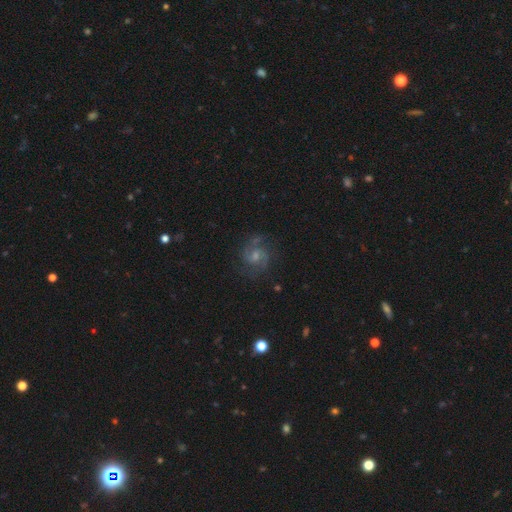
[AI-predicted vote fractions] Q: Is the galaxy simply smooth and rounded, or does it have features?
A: featured or disk — 80%.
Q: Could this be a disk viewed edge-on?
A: no — 98%.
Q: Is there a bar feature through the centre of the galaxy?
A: weak — 47%.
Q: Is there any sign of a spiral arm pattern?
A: yes — 96%.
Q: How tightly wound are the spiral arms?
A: medium — 57%.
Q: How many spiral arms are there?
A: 2 — 80%.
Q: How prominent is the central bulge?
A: moderate — 44%.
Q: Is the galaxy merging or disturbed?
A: none — 75%.